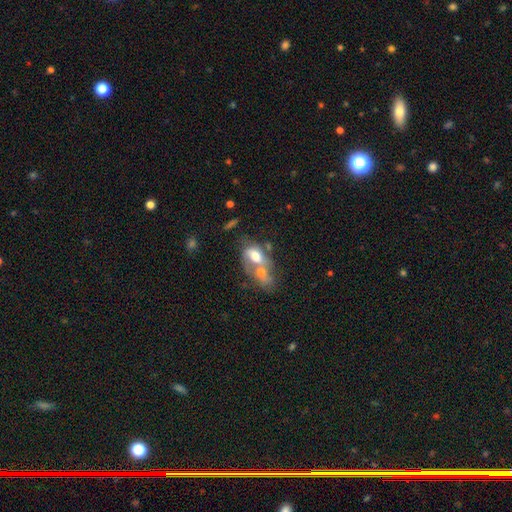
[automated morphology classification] type=smooth (59%); roundness=in between (82%); merging=merger (72%).